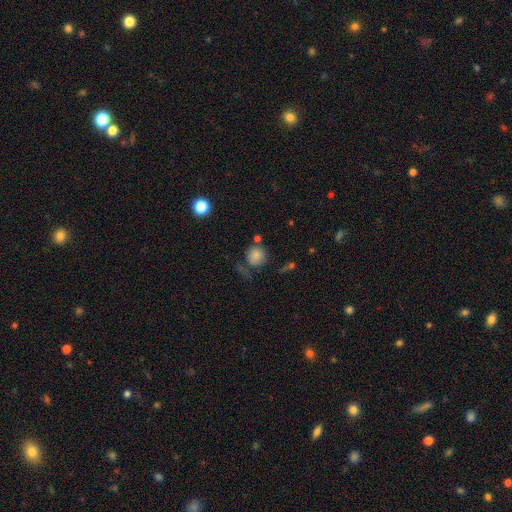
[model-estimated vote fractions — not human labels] Morphology: type=smooth (80%); roundness=round (89%); merging=none (64%).